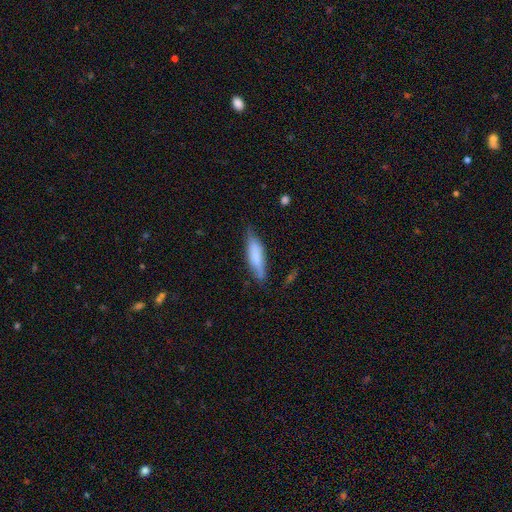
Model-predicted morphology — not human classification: Smooth or featured?
  - smooth: 72% *
  - featured or disk: 21%
  - star or artifact: 6%
How rounded?
  - cigar-shaped: 64% *
  - in between: 34%
  - round: 2%
Merging?
  - none: 70% *
  - minor disturbance: 24%
  - major disturbance: 5%
  - merger: 2%